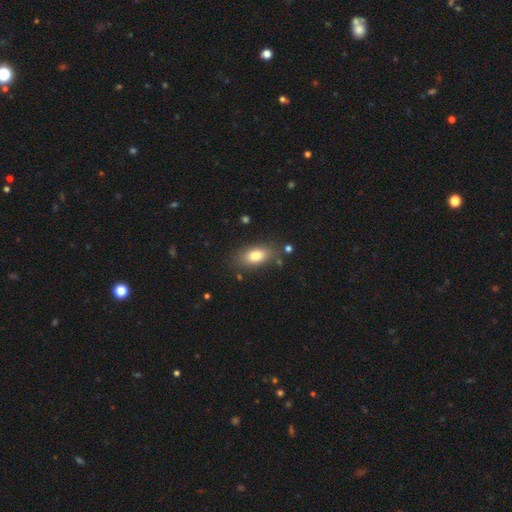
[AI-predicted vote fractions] Morphology: type=smooth (80%); roundness=in between (87%); merging=none (81%).